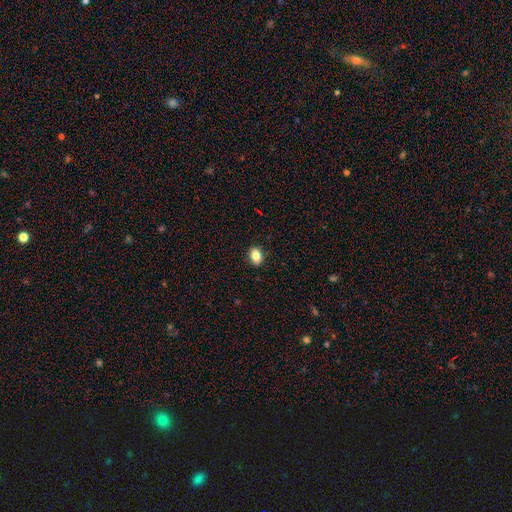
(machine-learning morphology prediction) A smooth galaxy with no disk features (84%) that is in between round and cigar-shaped (77%). Merging: none (89%).